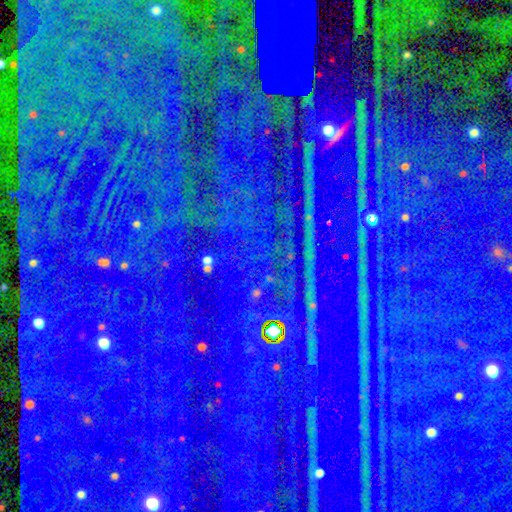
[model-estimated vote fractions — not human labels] Smooth or featured? Predicted: star or artifact (p=0.85).